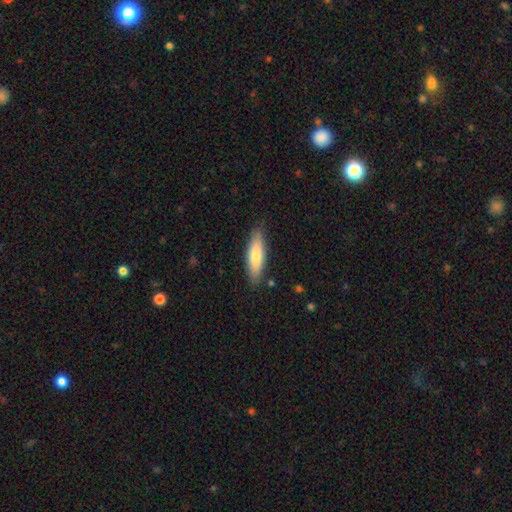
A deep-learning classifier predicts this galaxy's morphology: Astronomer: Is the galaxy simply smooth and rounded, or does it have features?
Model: smooth — 73%.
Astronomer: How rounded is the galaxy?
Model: cigar-shaped — 59% (runner-up: in between, 39%).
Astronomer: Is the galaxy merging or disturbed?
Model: none — 86%.